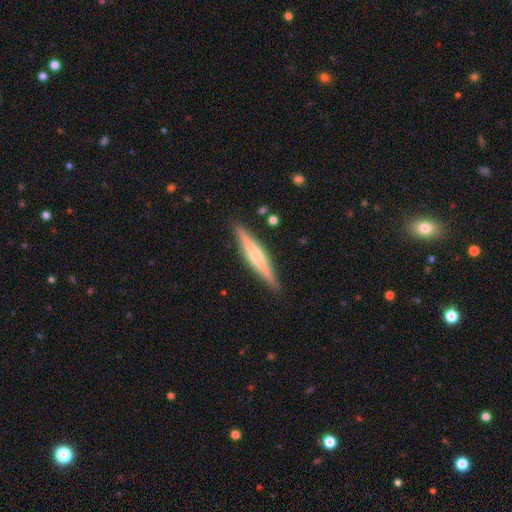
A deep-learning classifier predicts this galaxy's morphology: Smooth or featured? featured or disk (57%)
Edge-on disk? yes (97%)
Edge-on bulge? rounded (71%)
Merging? none (89%)